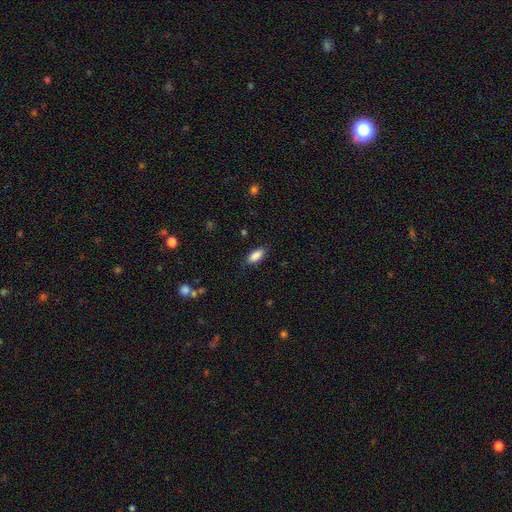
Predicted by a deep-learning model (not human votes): smooth 88%, star or artifact 7%, featured or disk 5%. Down the decision tree: how rounded — in between (86%); merging — none (82%).